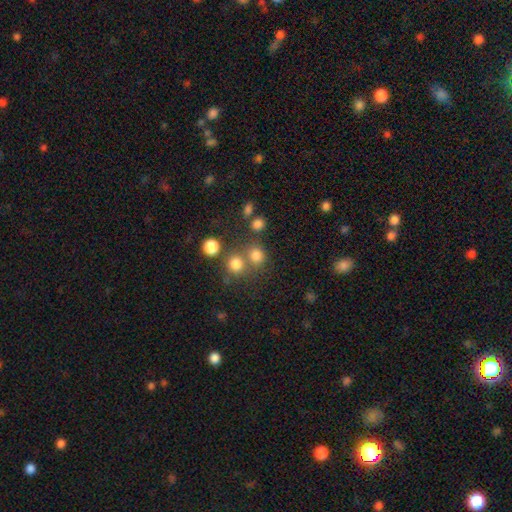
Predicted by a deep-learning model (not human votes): Smooth or featured: smooth — 76% (star or artifact — 17%)
How rounded: round — 84% (in between — 15%)
Merging: none — 60% (merger — 28%)